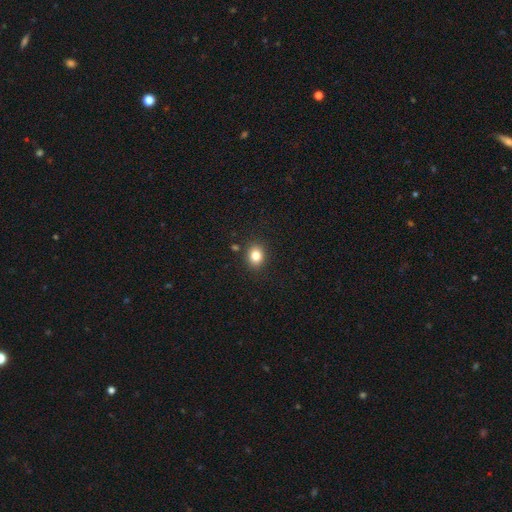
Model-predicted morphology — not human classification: smooth_or_featured: smooth (p=0.83) [alt: star or artifact p=0.11]
how_rounded: round (p=0.58) [alt: in between p=0.41]
merging: none (p=0.86) [alt: minor disturbance p=0.08]